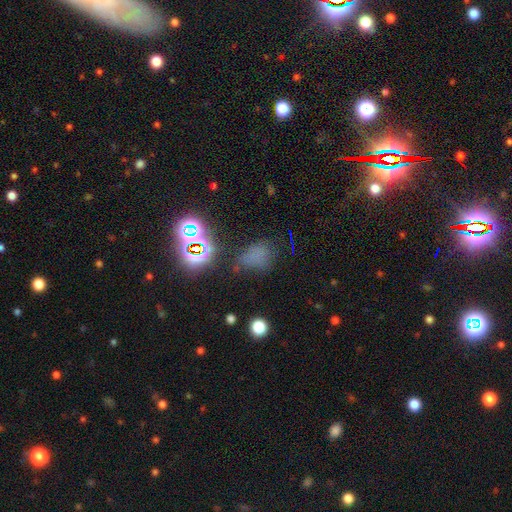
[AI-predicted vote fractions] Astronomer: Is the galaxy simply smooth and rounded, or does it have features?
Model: smooth — 51% (runner-up: star or artifact, 39%).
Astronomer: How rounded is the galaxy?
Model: in between — 65%.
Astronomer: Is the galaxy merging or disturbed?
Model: none — 51%.